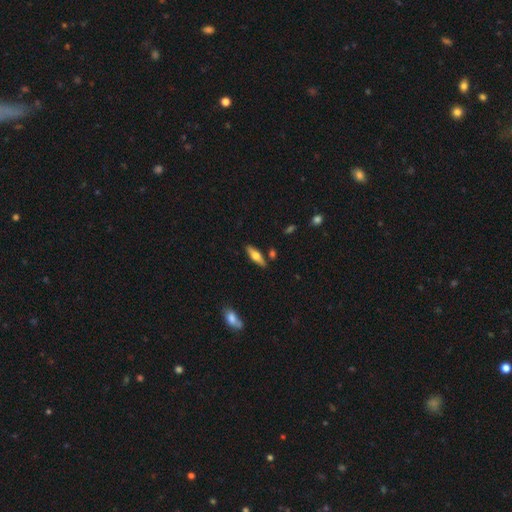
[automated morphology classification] This is possibly a smooth galaxy (54%). How rounded: possibly in between (51%). Merging: clearly none (84%).